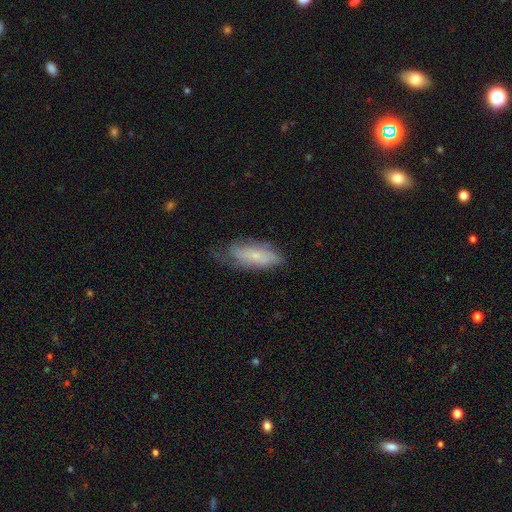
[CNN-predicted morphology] type=smooth (51%); roundness=in between (74%); merging=none (50%).